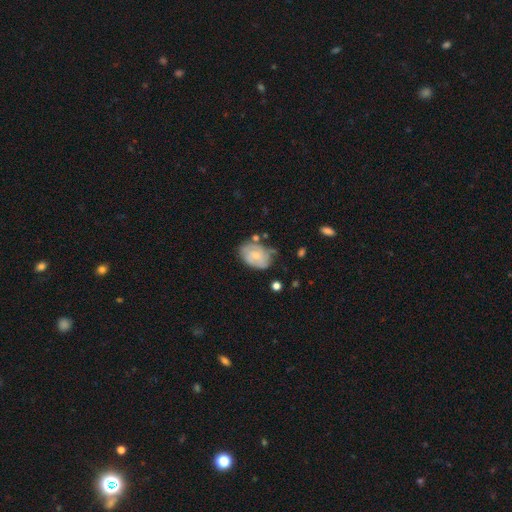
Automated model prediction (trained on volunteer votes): Smooth or featured: featured or disk — 47% (smooth — 45%)
Merging: none — 56% (minor disturbance — 29%)